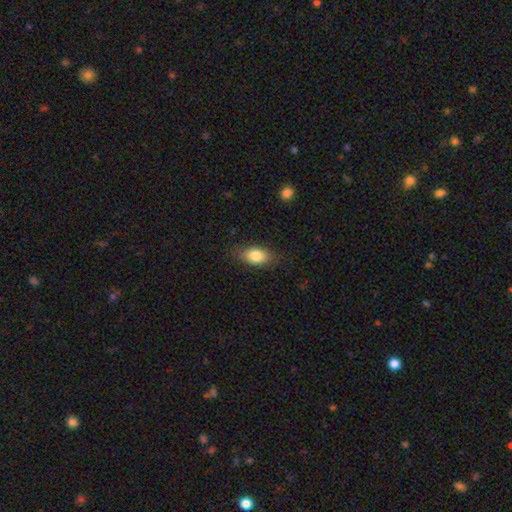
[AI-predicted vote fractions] Smooth or featured: smooth — 81% (featured or disk — 11%)
How rounded: in between — 84% (round — 11%)
Merging: none — 79% (minor disturbance — 16%)